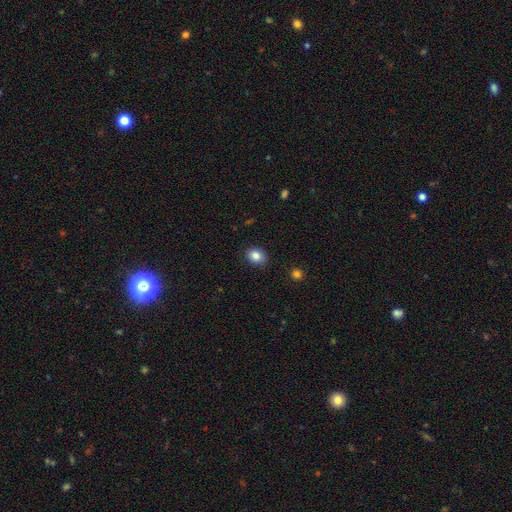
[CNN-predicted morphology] Smooth or featured? smooth (86%)
How rounded? in between (57%)
Merging? none (89%)